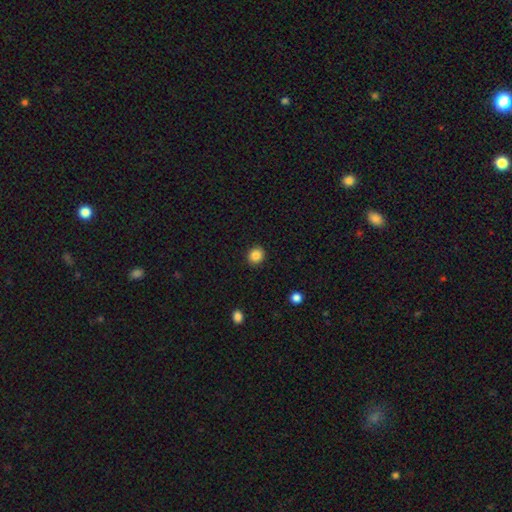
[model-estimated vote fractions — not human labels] Smooth or featured: smooth — 87% (star or artifact — 10%)
How rounded: round — 85% (in between — 14%)
Merging: none — 91% (minor disturbance — 6%)